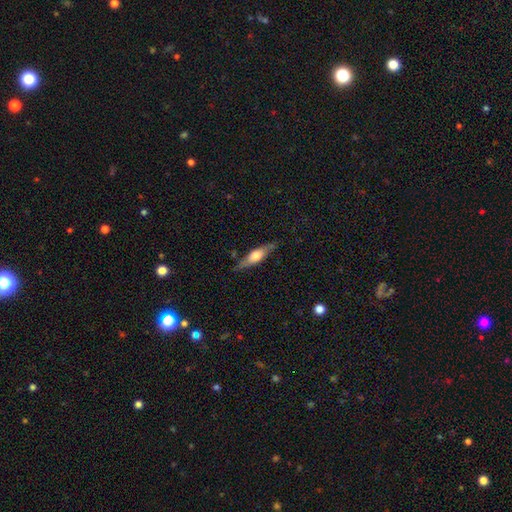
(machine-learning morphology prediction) A featured or disk galaxy (56%) viewed edge-on (89%).

Vote fractions:
- Smooth or featured? featured or disk: 56% / smooth: 39% / star or artifact: 6%
- Edge-on disk? yes: 89% / no: 11%
- Merging? none: 80% / minor disturbance: 15% / major disturbance: 3% / merger: 2%